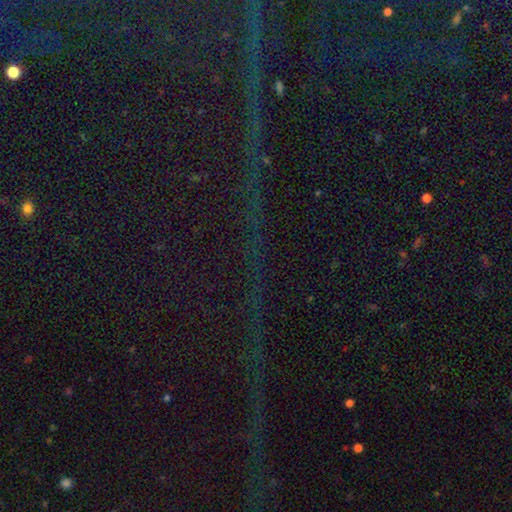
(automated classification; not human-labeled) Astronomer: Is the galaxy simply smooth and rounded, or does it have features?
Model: star or artifact — 81%.